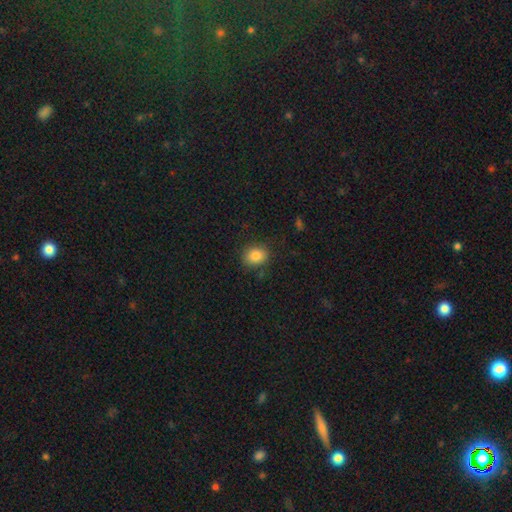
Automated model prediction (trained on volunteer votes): A smooth galaxy with no disk features (84%) that is round (55%). Merging: none (83%).